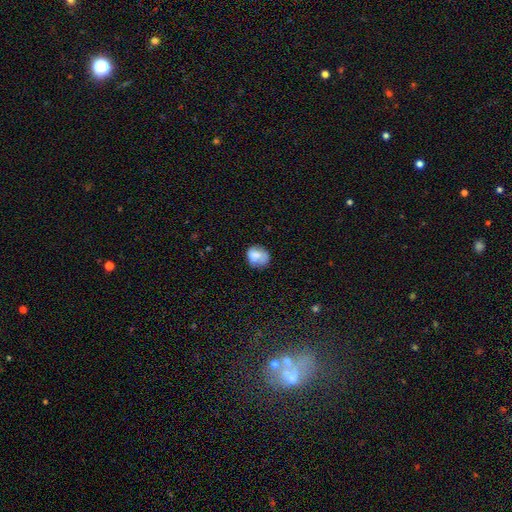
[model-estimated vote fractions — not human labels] A smooth galaxy with no disk features (72%) that is round (63%).

Vote fractions:
- Smooth or featured? smooth: 72% / featured or disk: 19% / star or artifact: 9%
- How rounded? round: 63% / in between: 36% / cigar-shaped: 1%
- Merging? none: 55% / minor disturbance: 27% / major disturbance: 11% / merger: 6%